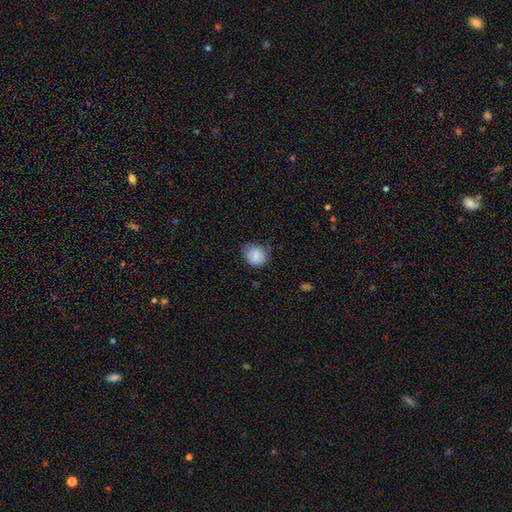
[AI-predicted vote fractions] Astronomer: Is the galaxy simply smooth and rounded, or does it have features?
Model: smooth — 86%.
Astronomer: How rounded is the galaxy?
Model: round — 66%.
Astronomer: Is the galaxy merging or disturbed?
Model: none — 62%.